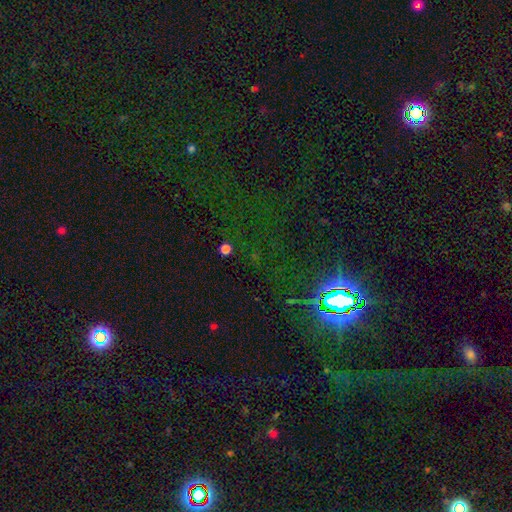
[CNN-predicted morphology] smooth-or-featured: star or artifact: 79% | smooth: 13% | featured or disk: 8%